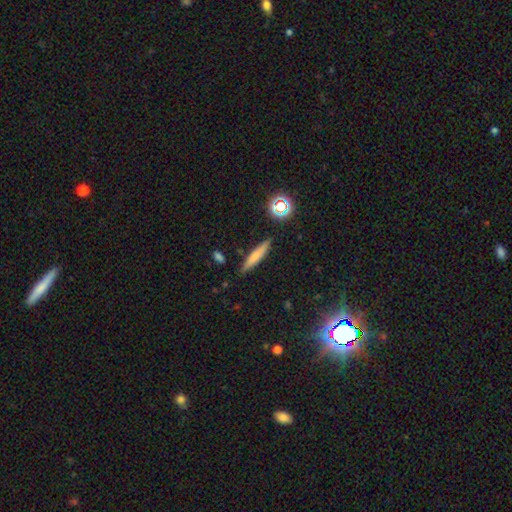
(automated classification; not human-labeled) Morphology: type=smooth (69%); roundness=cigar-shaped (87%); merging=none (85%).